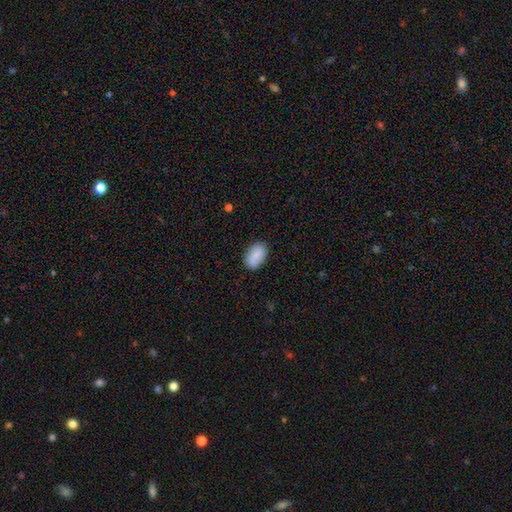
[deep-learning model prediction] A smooth galaxy with no disk features (83%) that is in between round and cigar-shaped (90%). Merging: none (85%).